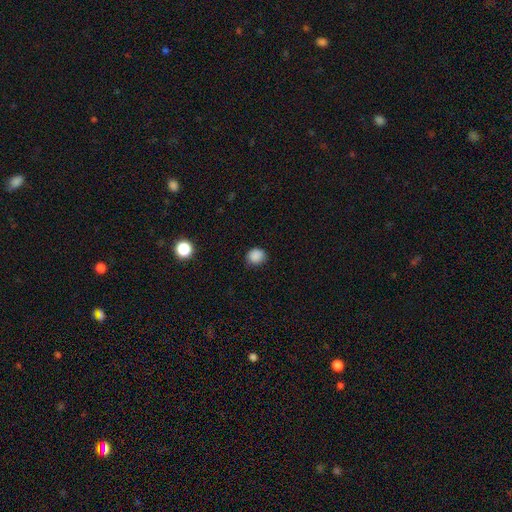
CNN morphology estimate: The model was most divided on "how rounded": round: 77%, in between: 22%, cigar-shaped: 1%. More confident: smooth or featured — smooth (86%); merging — none (80%).